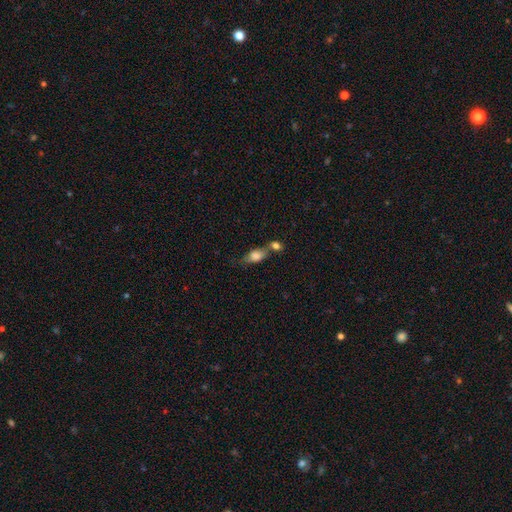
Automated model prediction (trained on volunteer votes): Smooth or featured? smooth (74%)
How rounded? in between (75%)
Merging? merger (44%)